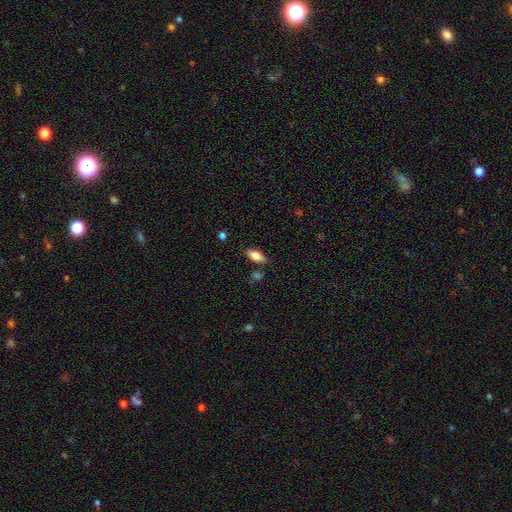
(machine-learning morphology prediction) The model was most divided on "merging": none: 77%, minor disturbance: 15%, merger: 5%, major disturbance: 4%. More confident: how rounded — in between (85%); smooth or featured — smooth (80%).